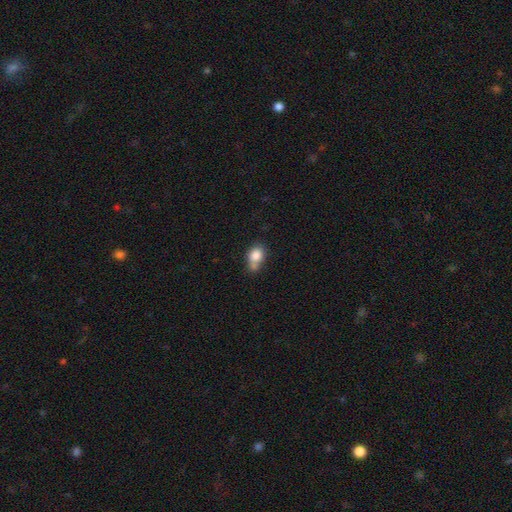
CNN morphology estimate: This appears to be a smooth galaxy with no disk features (82%) that is in between round and cigar-shaped (62%). Merging: none (40%).